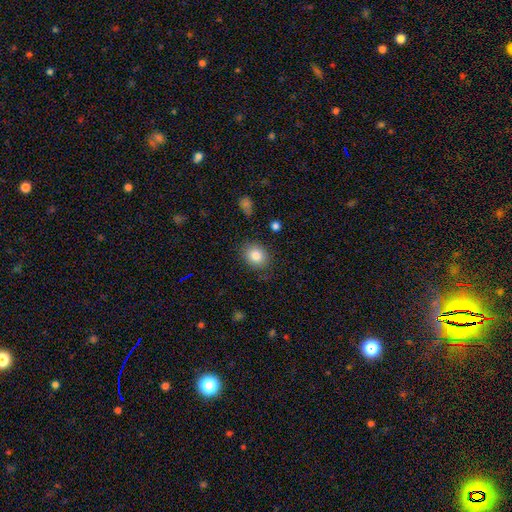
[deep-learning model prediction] A smooth galaxy with no disk features (84%) that is round (53%).

Vote fractions:
- Smooth or featured? smooth: 84% / star or artifact: 9% / featured or disk: 7%
- How rounded? round: 53% / in between: 46% / cigar-shaped: 1%
- Merging? none: 82% / minor disturbance: 12% / major disturbance: 4% / merger: 2%